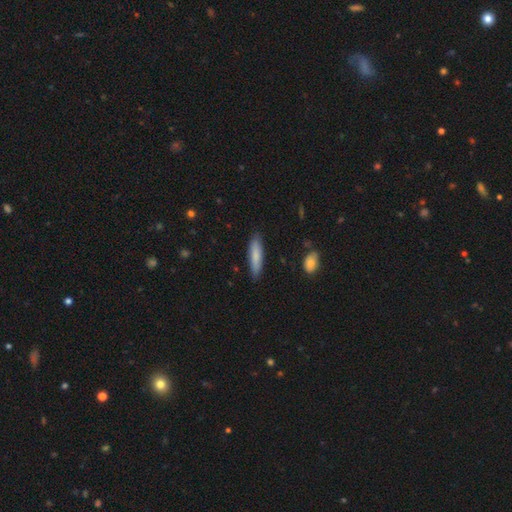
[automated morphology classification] type=smooth (81%); roundness=cigar-shaped (78%); merging=none (86%).